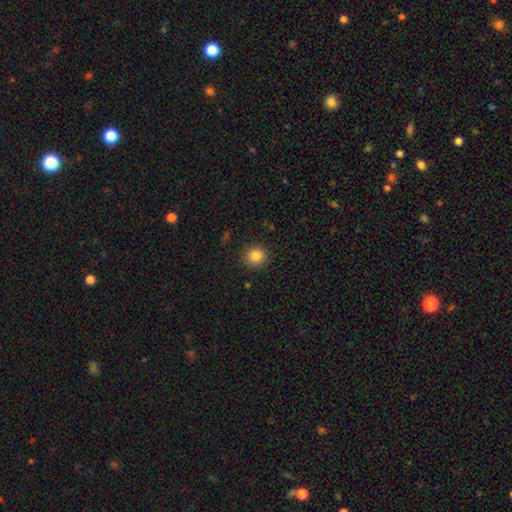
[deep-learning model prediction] A smooth galaxy with no disk features (84%) that is round (91%).

Vote fractions:
- Smooth or featured? smooth: 84% / star or artifact: 11% / featured or disk: 5%
- How rounded? round: 91% / in between: 8% / cigar-shaped: 1%
- Merging? none: 90% / minor disturbance: 6% / major disturbance: 2% / merger: 1%